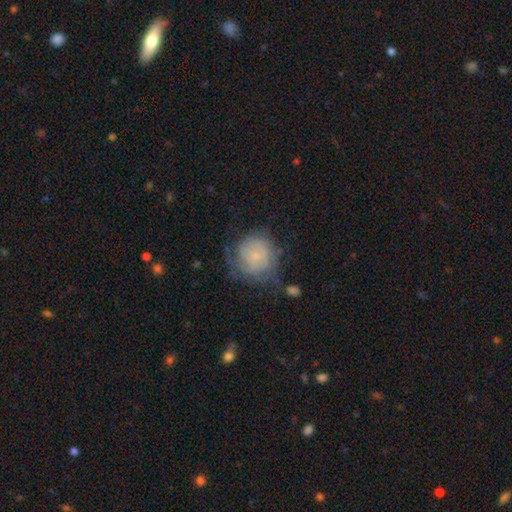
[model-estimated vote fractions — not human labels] The model was most divided on "smooth or featured": featured or disk: 50%, smooth: 42%, star or artifact: 8%. More confident: merging — none (51%).